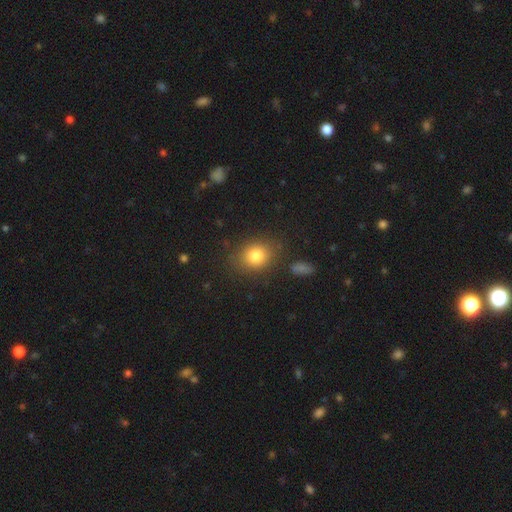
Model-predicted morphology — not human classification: smooth_or_featured: smooth (p=0.82) [alt: star or artifact p=0.10]
how_rounded: round (p=0.59) [alt: in between p=0.40]
merging: none (p=0.81) [alt: minor disturbance p=0.12]